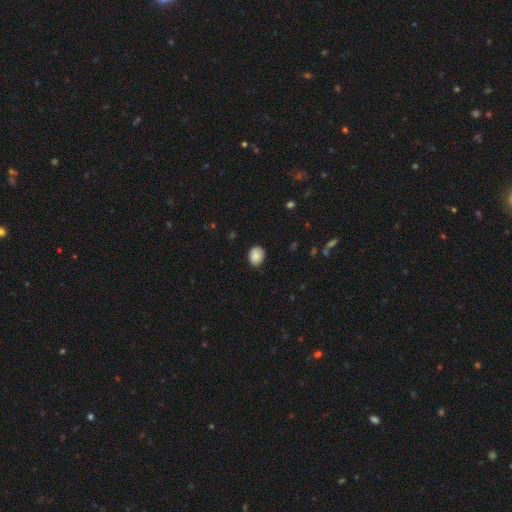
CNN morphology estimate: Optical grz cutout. It shows a smooth galaxy with no disk features (87%) that is round (56%). Merging: none (79%).